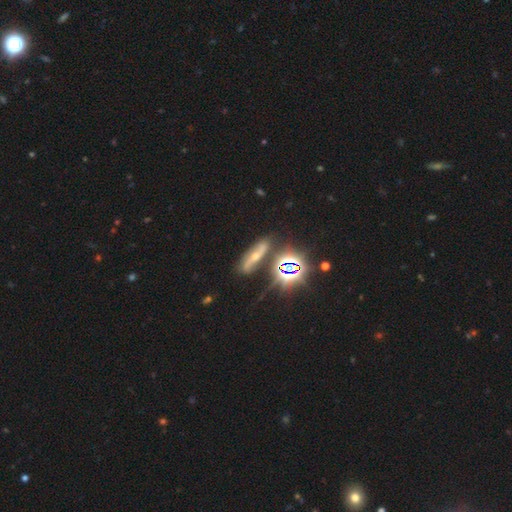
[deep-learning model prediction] A featured or disk galaxy (45%).

Vote fractions:
- Smooth or featured? featured or disk: 45% / star or artifact: 32% / smooth: 23%
- Merging? none: 72% / minor disturbance: 16% / major disturbance: 6% / merger: 6%